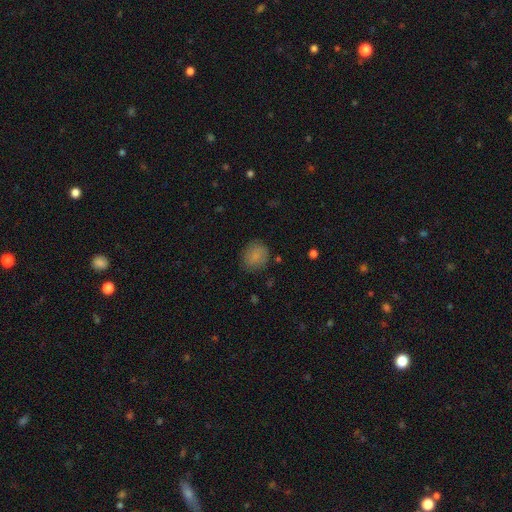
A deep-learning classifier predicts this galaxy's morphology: smooth-or-featured: smooth: 84% | star or artifact: 9% | featured or disk: 6%
  how-rounded: round: 66% | in between: 33% | cigar-shaped: 1%
  merging: none: 81% | minor disturbance: 14% | major disturbance: 4% | merger: 1%